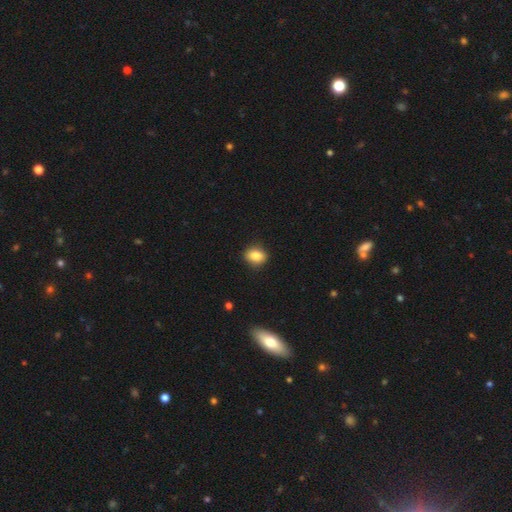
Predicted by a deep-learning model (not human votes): smooth 85%, star or artifact 9%, featured or disk 6%. Down the decision tree: how rounded — in between (53%); merging — none (86%).